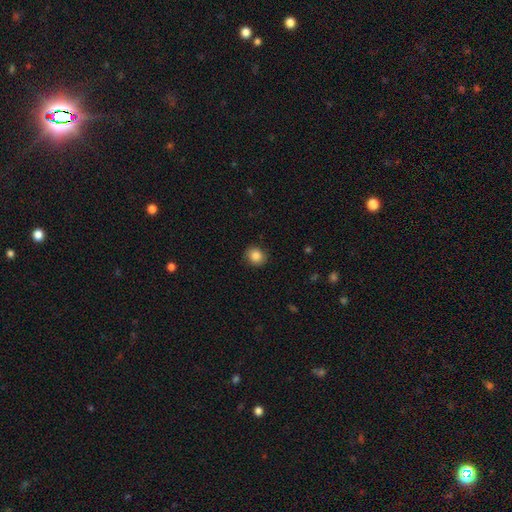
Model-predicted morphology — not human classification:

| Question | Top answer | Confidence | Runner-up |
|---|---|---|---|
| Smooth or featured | smooth | 86% | star or artifact (10%) |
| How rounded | round | 79% | in between (20%) |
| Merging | none | 88% | minor disturbance (8%) |